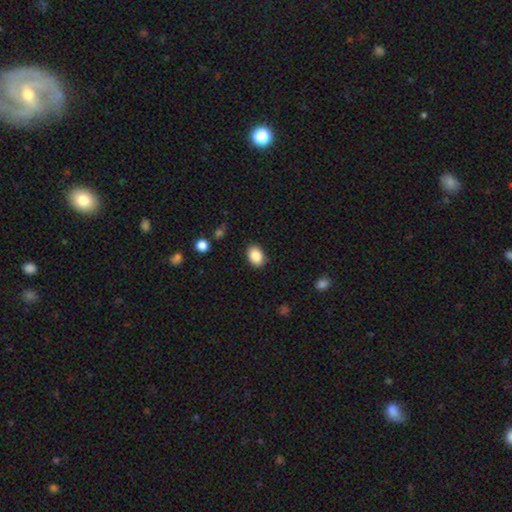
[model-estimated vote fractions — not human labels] A smooth galaxy with no disk features (88%) that is in between round and cigar-shaped (75%).

Vote fractions:
- Smooth or featured? smooth: 88% / star or artifact: 8% / featured or disk: 4%
- How rounded? in between: 75% / round: 24% / cigar-shaped: 1%
- Merging? none: 87% / minor disturbance: 9% / major disturbance: 2% / merger: 1%